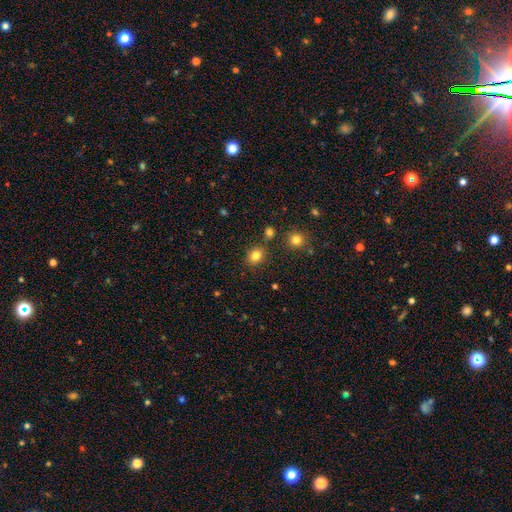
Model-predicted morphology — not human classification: A smooth galaxy with no disk features (82%) that is round (67%).

Vote fractions:
- Smooth or featured? smooth: 82% / star or artifact: 12% / featured or disk: 5%
- How rounded? round: 67% / in between: 33% / cigar-shaped: 1%
- Merging? none: 82% / minor disturbance: 10% / merger: 5% / major disturbance: 3%